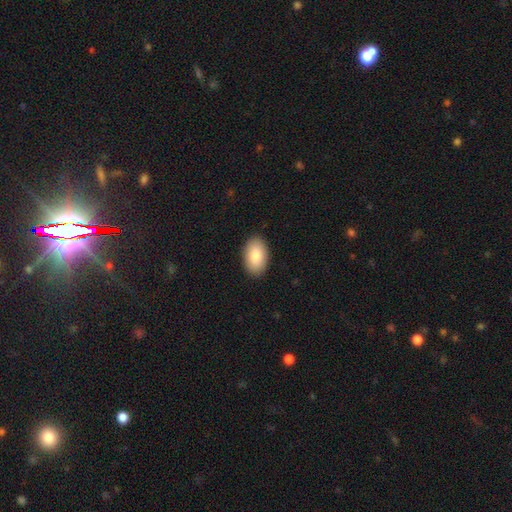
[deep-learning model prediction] Smooth or featured? Predicted: smooth (p=0.87). How rounded? Predicted: in between (p=0.94). Merging? Predicted: none (p=0.89).